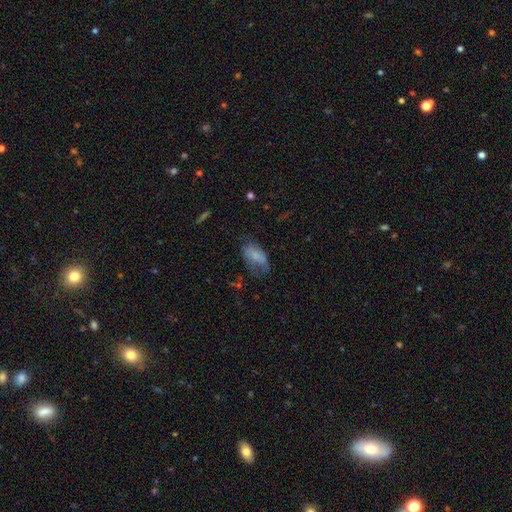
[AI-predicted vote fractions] Smooth or featured? smooth (73%)
How rounded? in between (92%)
Merging? none (42%)